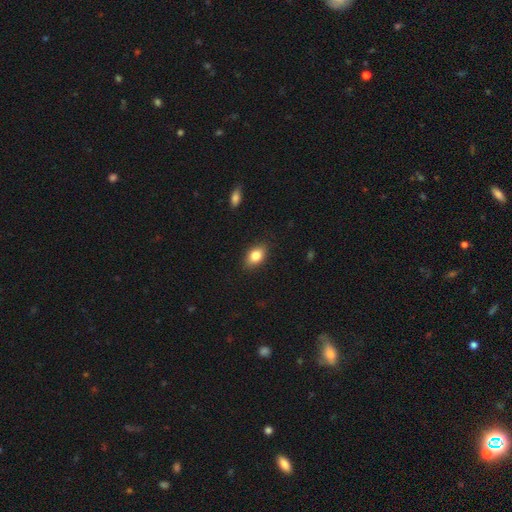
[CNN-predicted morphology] This appears to be a smooth galaxy with no disk features (83%) that is in between round and cigar-shaped (84%). Merging: none (86%).